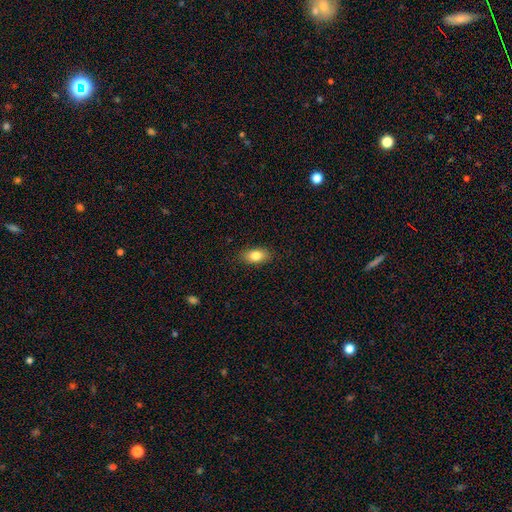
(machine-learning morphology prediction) smooth 82%, featured or disk 10%, star or artifact 8%. Down the decision tree: how rounded — in between (89%); merging — none (88%).